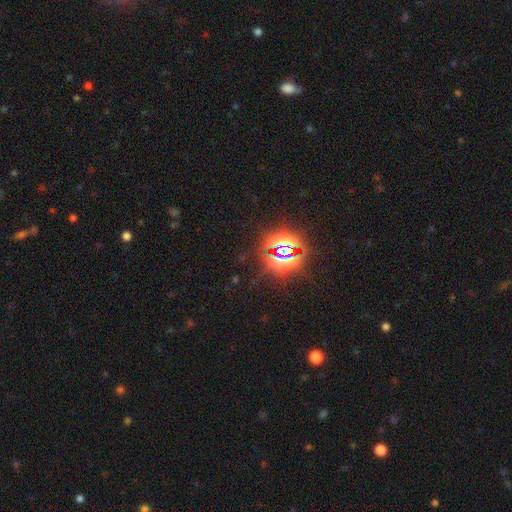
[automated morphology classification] The model was most divided on "smooth or featured": star or artifact: 83%, smooth: 10%, featured or disk: 7%.